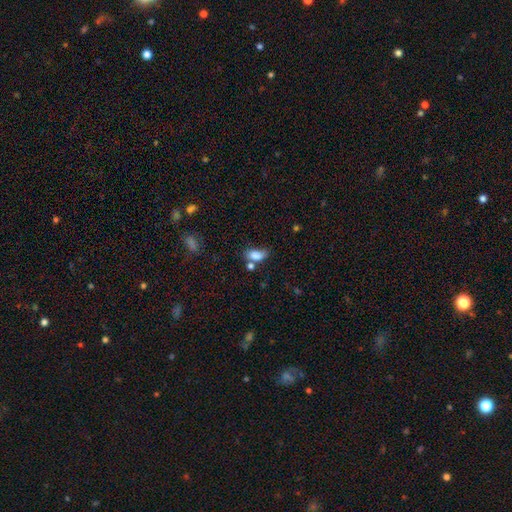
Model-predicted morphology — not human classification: Overall: smooth (81%). How rounded: in between (87%). Merging: none (39%; merger 25%).